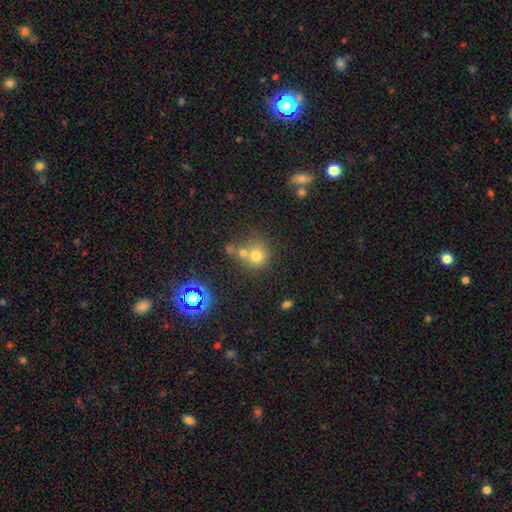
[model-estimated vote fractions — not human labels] Q: Smooth or featured?
A: smooth (69%); runner-up: star or artifact (19%)
Q: How rounded?
A: round (87%); runner-up: in between (12%)
Q: Merging?
A: none (49%); runner-up: merger (37%)